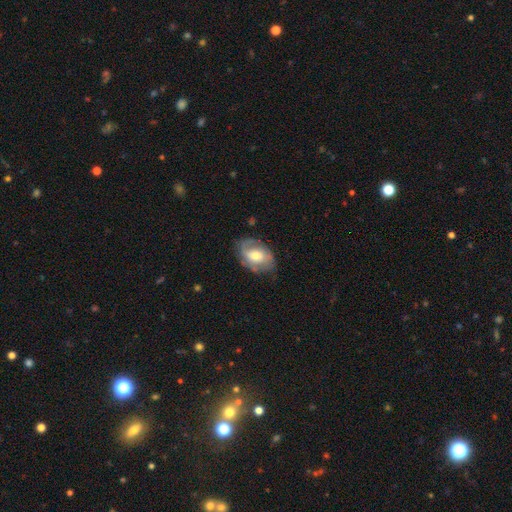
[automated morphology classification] A featured or disk galaxy (56%) with no bar (56%), spiral arms (71%) and a moderate central bulge (63%). Merging: none (66%).